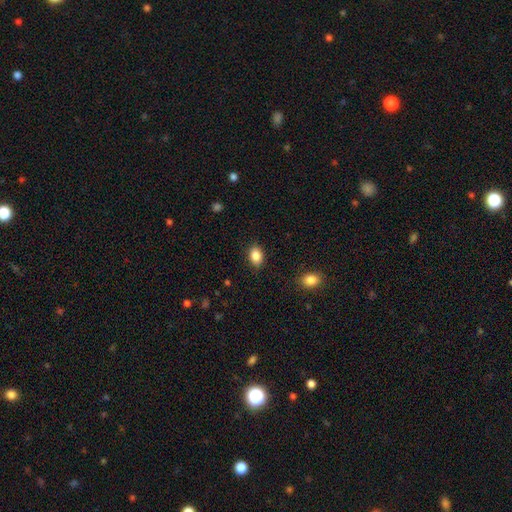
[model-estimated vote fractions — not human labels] A smooth galaxy with no disk features (86%) that is in between round and cigar-shaped (78%).

Vote fractions:
- Smooth or featured? smooth: 86% / star or artifact: 9% / featured or disk: 5%
- How rounded? in between: 78% / round: 21% / cigar-shaped: 1%
- Merging? none: 86% / minor disturbance: 10% / major disturbance: 3% / merger: 1%